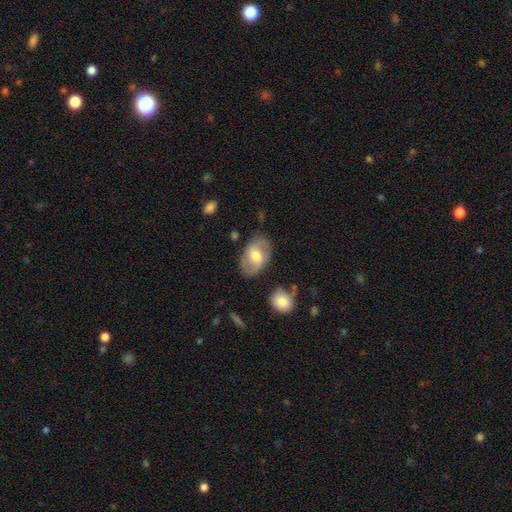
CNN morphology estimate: featured or disk 55%, smooth 39%, star or artifact 6%. Down the decision tree: edge-on disk — no (94%); bar — weak (47%); spiral arms — yes (68%); bulge size — moderate (69%); merging — none (76%).